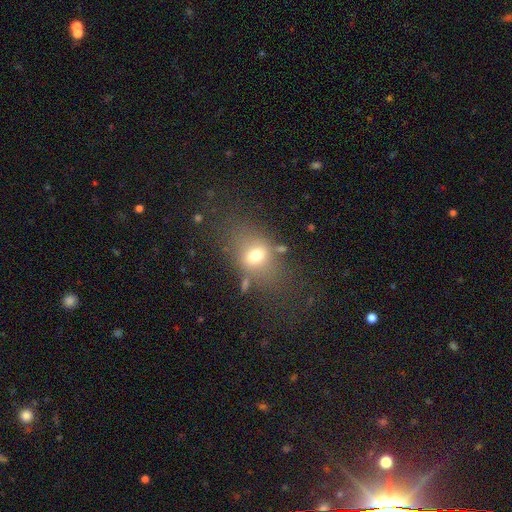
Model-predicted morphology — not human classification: Q: Smooth or featured?
A: smooth (65%); runner-up: featured or disk (20%)
Q: How rounded?
A: in between (68%); runner-up: round (29%)
Q: Merging?
A: none (59%); runner-up: minor disturbance (18%)